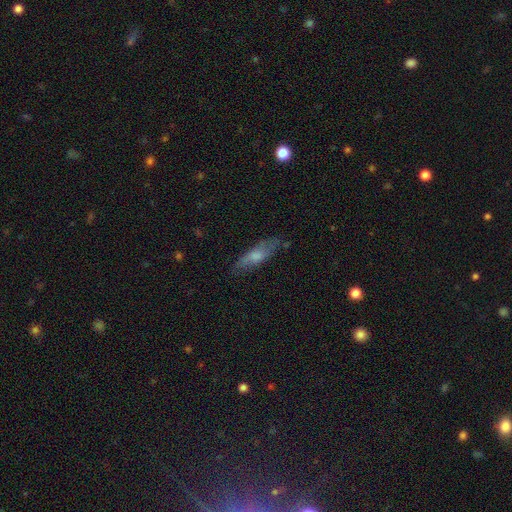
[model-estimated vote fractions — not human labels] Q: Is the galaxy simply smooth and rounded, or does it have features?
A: smooth — 63%.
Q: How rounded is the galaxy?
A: cigar-shaped — 59%.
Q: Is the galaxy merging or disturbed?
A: none — 72%.